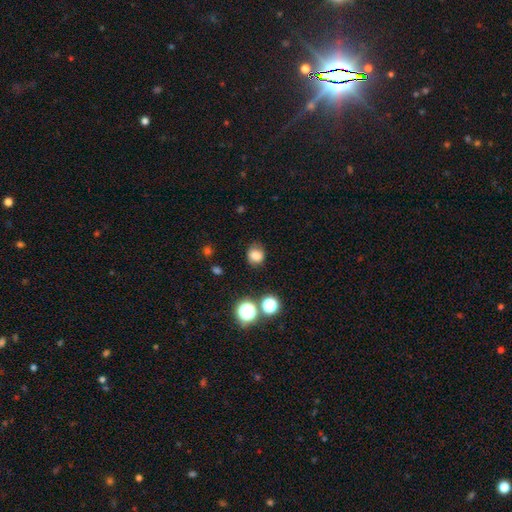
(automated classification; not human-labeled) Smooth or featured: smooth — 80% (star or artifact — 14%)
How rounded: round — 74% (in between — 25%)
Merging: none — 76% (minor disturbance — 16%)